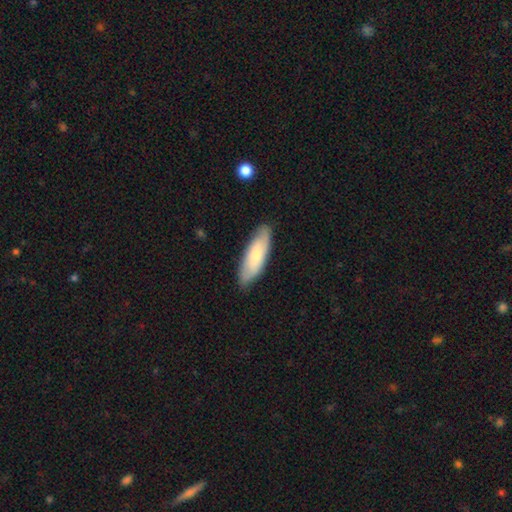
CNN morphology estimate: smooth-or-featured: smooth: 72% | featured or disk: 23% | star or artifact: 5%
  how-rounded: in between: 54% | cigar-shaped: 44% | round: 2%
  merging: none: 83% | minor disturbance: 14% | major disturbance: 2% | merger: 1%